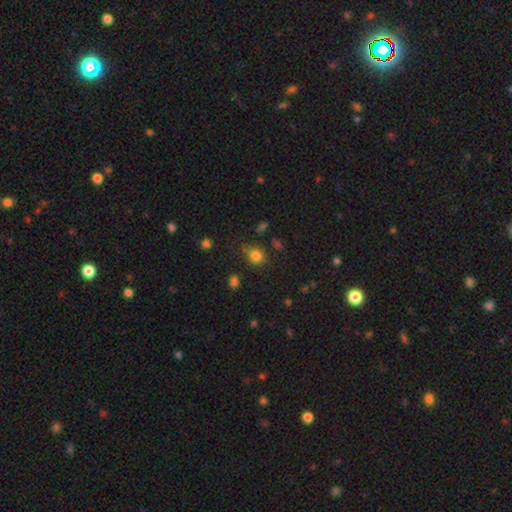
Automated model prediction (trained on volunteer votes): The model was most divided on "how rounded": round: 79%, in between: 20%, cigar-shaped: 1%. More confident: smooth or featured — smooth (81%); merging — none (78%).